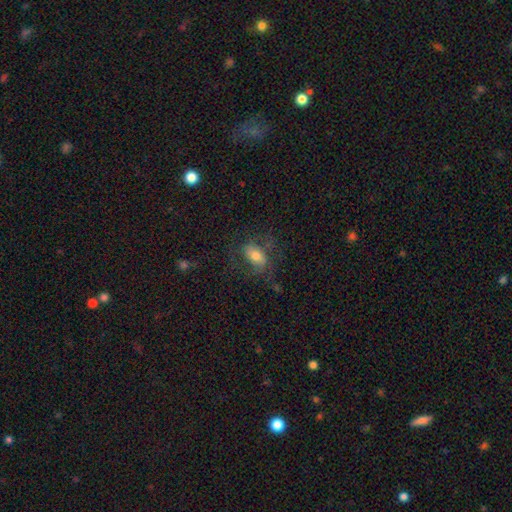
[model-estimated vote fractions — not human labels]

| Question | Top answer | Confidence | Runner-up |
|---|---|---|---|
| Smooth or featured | smooth | 50% | featured or disk (38%) |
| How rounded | in between | 81% | round (15%) |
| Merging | none | 58% | major disturbance (20%) |